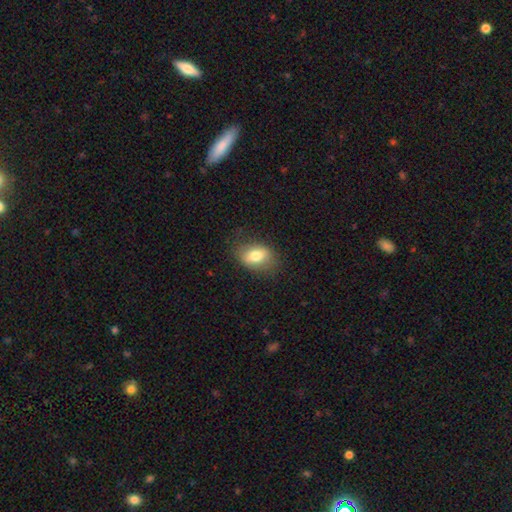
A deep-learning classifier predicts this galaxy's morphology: smooth 73%, featured or disk 19%, star or artifact 8%. Down the decision tree: how rounded — in between (81%); merging — none (75%).